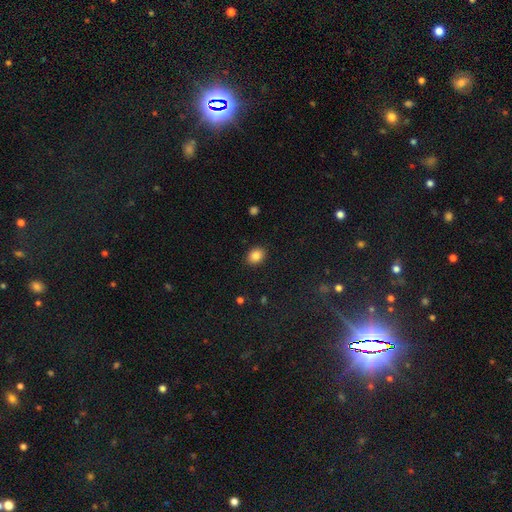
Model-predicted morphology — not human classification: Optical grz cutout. It shows a smooth galaxy with no disk features (86%) that is in between round and cigar-shaped (63%). Merging: none (89%).